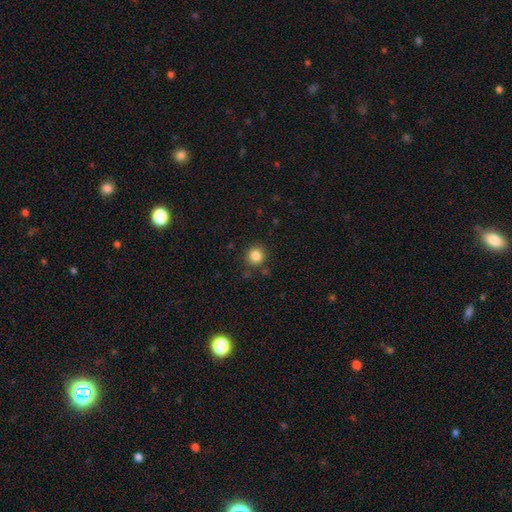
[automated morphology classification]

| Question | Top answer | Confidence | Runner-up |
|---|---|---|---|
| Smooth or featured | smooth | 85% | star or artifact (11%) |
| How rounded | round | 91% | in between (8%) |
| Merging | none | 86% | minor disturbance (8%) |